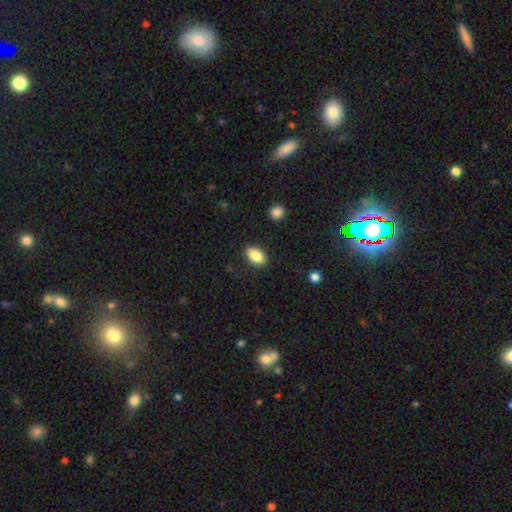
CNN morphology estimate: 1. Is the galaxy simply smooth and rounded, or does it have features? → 85% smooth, 8% featured or disk, 7% star or artifact.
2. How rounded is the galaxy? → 91% in between, 7% round, 2% cigar-shaped.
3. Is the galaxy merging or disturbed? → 86% none, 10% minor disturbance, 3% major disturbance, 1% merger.